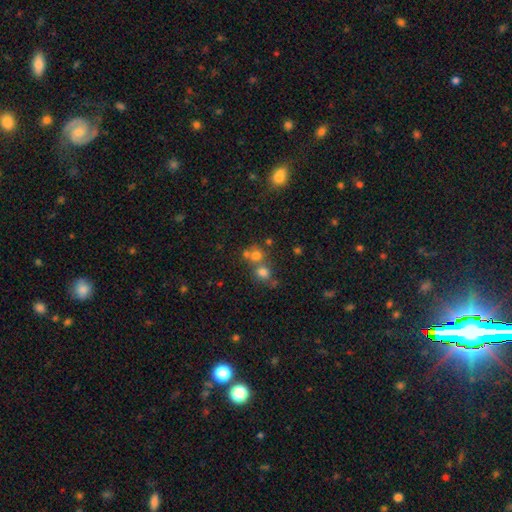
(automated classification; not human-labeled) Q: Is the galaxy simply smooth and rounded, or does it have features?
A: smooth — 66%.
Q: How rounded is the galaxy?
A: round — 84%.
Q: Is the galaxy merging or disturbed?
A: none — 50%.